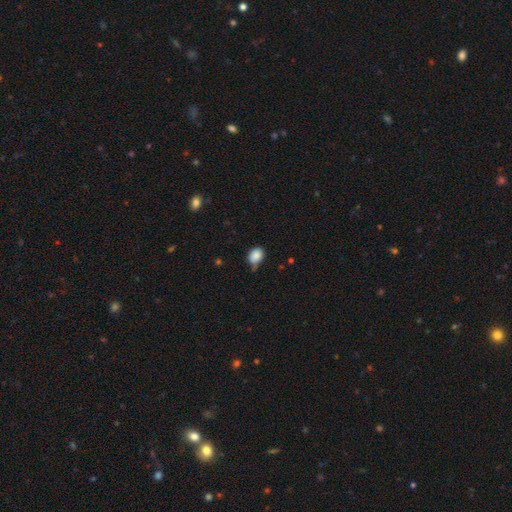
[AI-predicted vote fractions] This appears to be a smooth galaxy with no disk features (86%) that is round (50%). Merging: none (47%).